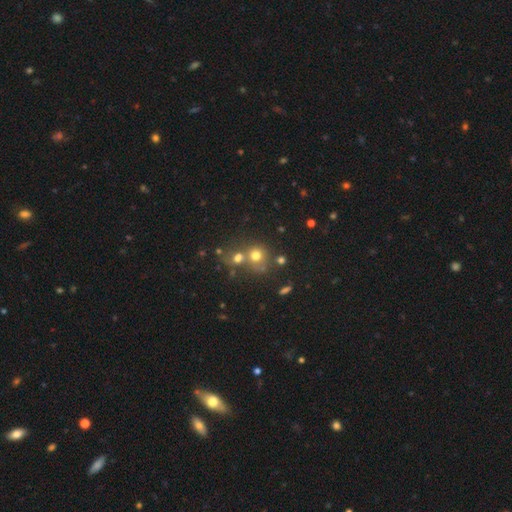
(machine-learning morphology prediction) Overall: smooth (69%). How rounded: round (83%). Merging: merger (44%; none 43%).